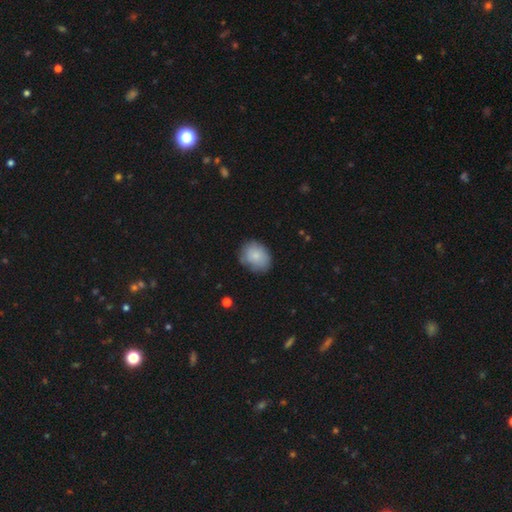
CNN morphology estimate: Smooth or featured? Predicted: smooth (p=0.82). How rounded? Predicted: round (p=0.53). Merging? Predicted: none (p=0.73).